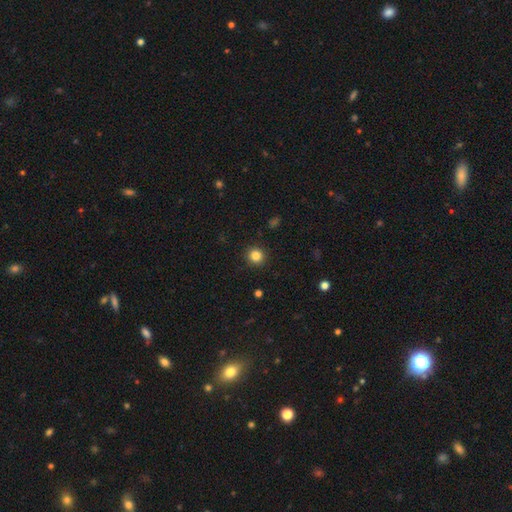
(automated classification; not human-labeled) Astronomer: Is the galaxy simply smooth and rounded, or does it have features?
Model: smooth — 84%.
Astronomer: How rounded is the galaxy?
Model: round — 92%.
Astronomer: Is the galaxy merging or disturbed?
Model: none — 92%.